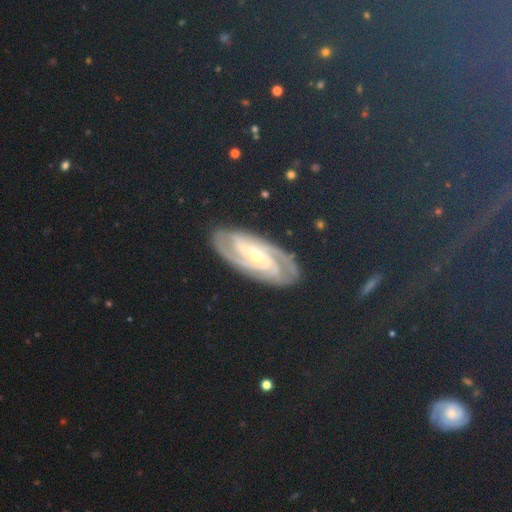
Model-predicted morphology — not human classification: The model was most divided on "bar": no: 54%, weak: 29%, strong: 17%. More confident: spiral arms — yes (91%); edge-on disk — no (89%); merging — none (83%); bulge size — small (66%); smooth or featured — featured or disk (57%).